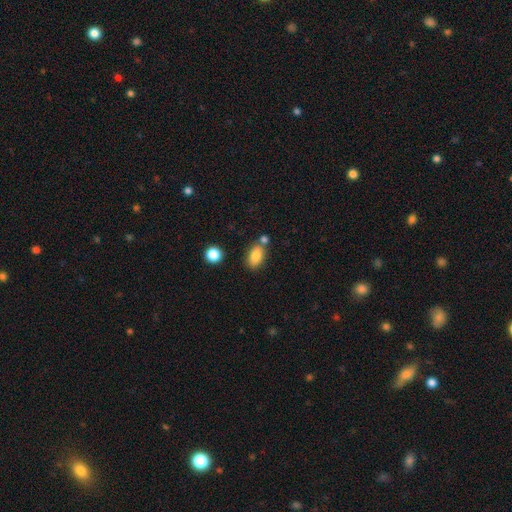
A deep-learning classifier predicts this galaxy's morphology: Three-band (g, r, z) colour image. It shows a smooth galaxy with no disk features (83%) that is in between round and cigar-shaped (88%). Merging: none (67%).